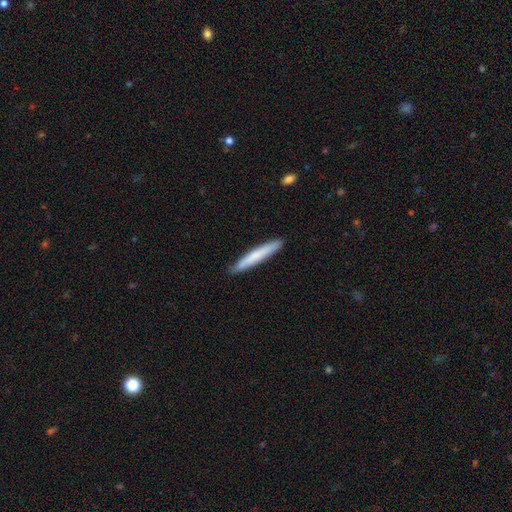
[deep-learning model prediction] Morphology: type=smooth (72%); roundness=cigar-shaped (96%); merging=none (89%).